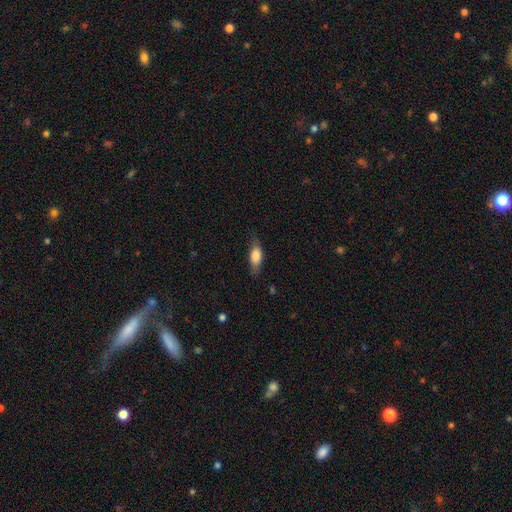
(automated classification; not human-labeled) The model was most divided on "how rounded": in between: 70%, cigar-shaped: 27%, round: 3%. More confident: smooth or featured — smooth (76%); merging — none (74%).